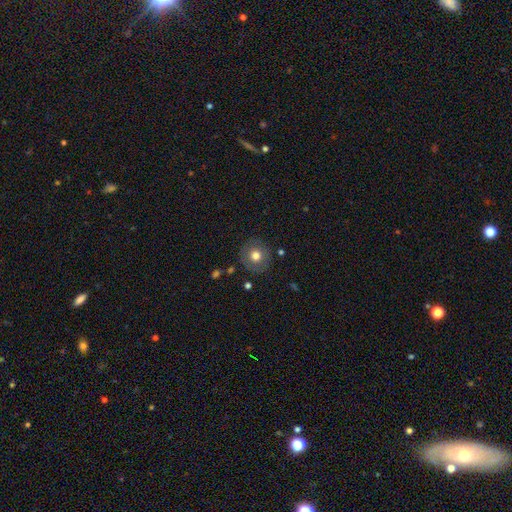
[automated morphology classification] A smooth galaxy with no disk features (73%) that is round (93%).

Vote fractions:
- Smooth or featured? smooth: 73% / featured or disk: 17% / star or artifact: 10%
- How rounded? round: 93% / in between: 6% / cigar-shaped: 1%
- Merging? none: 88% / minor disturbance: 8% / major disturbance: 3% / merger: 2%